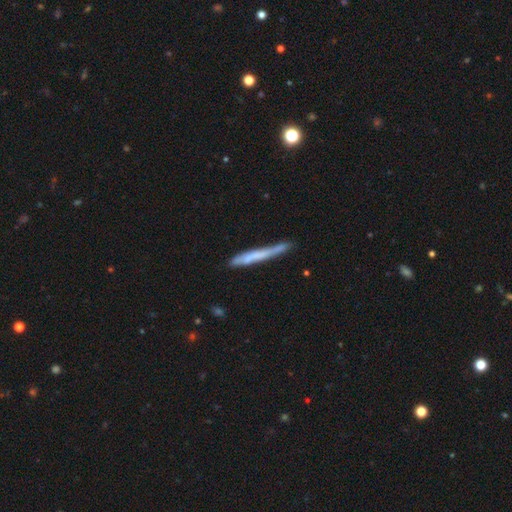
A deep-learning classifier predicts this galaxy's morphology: This appears to be a smooth galaxy with no disk features (51%) that is cigar-shaped (96%). Merging: none (69%).